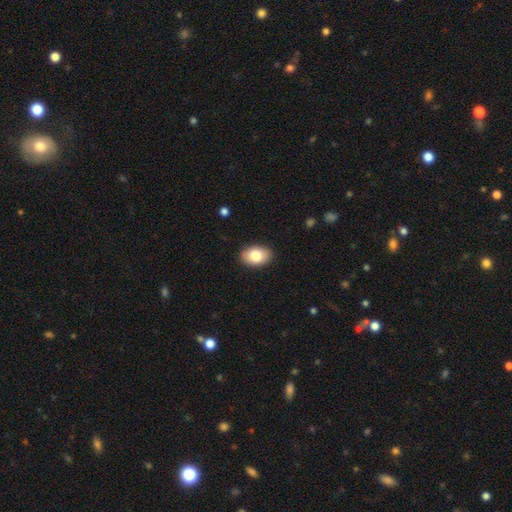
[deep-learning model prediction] Smooth or featured? smooth (81%)
How rounded? in between (86%)
Merging? none (89%)